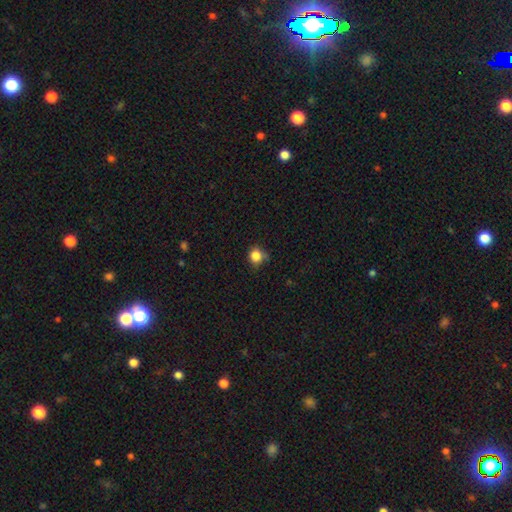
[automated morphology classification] Smooth or featured?
  - smooth: 84% *
  - star or artifact: 11%
  - featured or disk: 5%
How rounded?
  - round: 85% *
  - in between: 14%
  - cigar-shaped: 1%
Merging?
  - none: 69% *
  - minor disturbance: 24%
  - major disturbance: 5%
  - merger: 2%